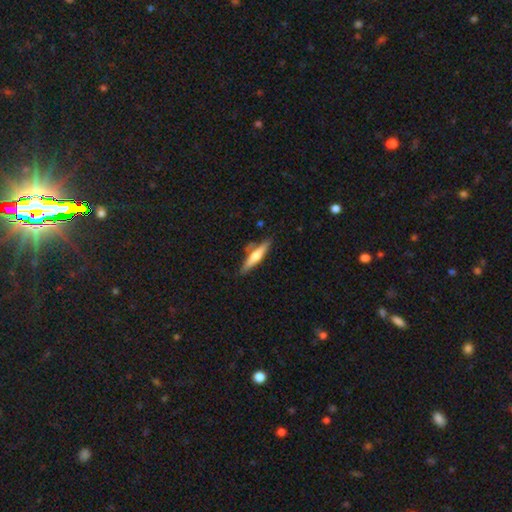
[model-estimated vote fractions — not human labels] A featured or disk galaxy (50%).

Vote fractions:
- Smooth or featured? featured or disk: 50% / smooth: 45% / star or artifact: 6%
- Merging? none: 76% / minor disturbance: 14% / merger: 7% / major disturbance: 3%